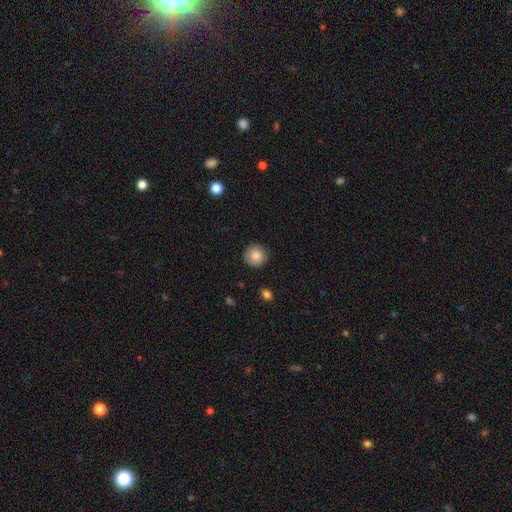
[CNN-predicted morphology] The model was most divided on "smooth or featured": smooth: 86%, star or artifact: 8%, featured or disk: 6%. More confident: how rounded — round (95%); merging — none (91%).